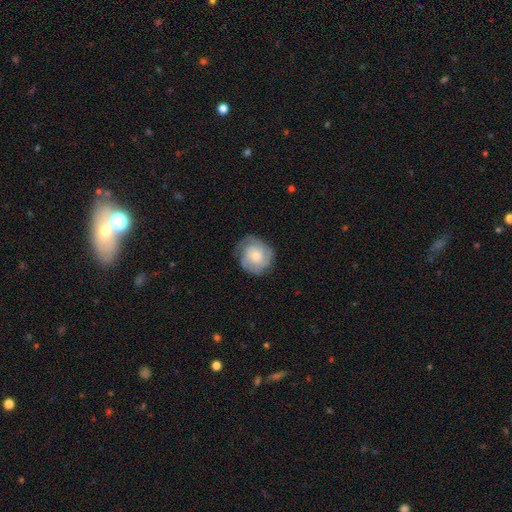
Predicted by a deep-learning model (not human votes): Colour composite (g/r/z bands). It shows a featured or disk galaxy (68%) with no bar (78%), 2 (32%) tight (64%) spiral arms (92%) and a small central bulge (50%). Merging: none (74%).